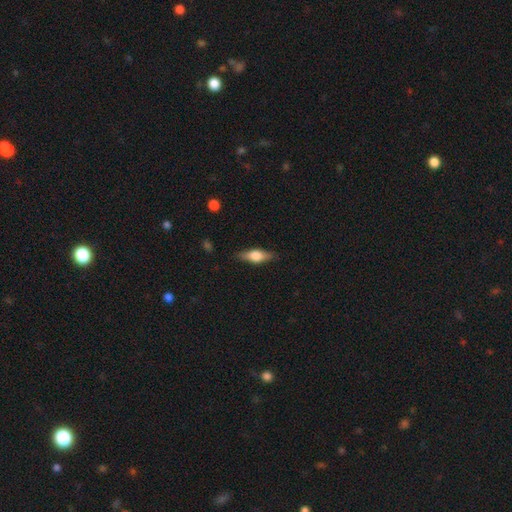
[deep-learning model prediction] smooth_or_featured: smooth (p=0.55) [alt: featured or disk p=0.39]
how_rounded: in between (p=0.60) [alt: cigar-shaped p=0.36]
merging: none (p=0.84) [alt: minor disturbance p=0.12]